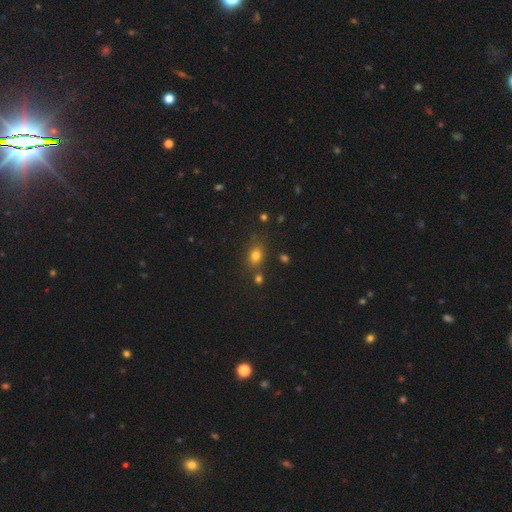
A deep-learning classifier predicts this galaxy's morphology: Overall: smooth (77%). How rounded: in between (52%; round 46%). Merging: none (72%).